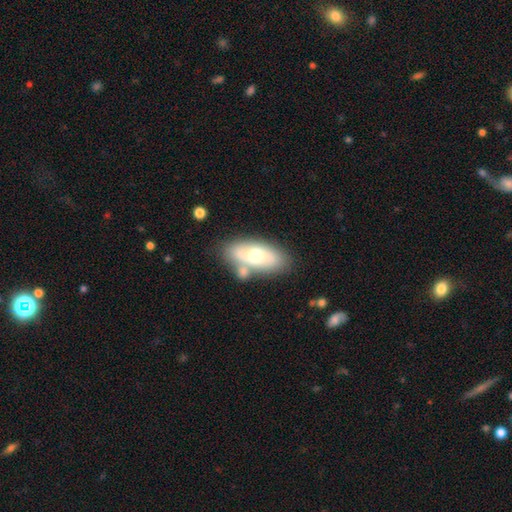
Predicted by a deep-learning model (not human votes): A smooth galaxy with no disk features (52%) that is in between round and cigar-shaped (86%).

Vote fractions:
- Smooth or featured? smooth: 52% / featured or disk: 42% / star or artifact: 7%
- How rounded? in between: 86% / cigar-shaped: 10% / round: 4%
- Merging? none: 62% / merger: 18% / minor disturbance: 15% / major disturbance: 5%